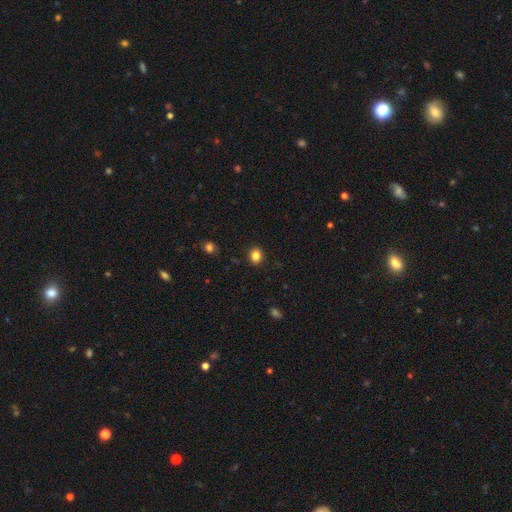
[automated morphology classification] Q: Smooth or featured?
A: smooth (85%); runner-up: star or artifact (11%)
Q: How rounded?
A: round (66%); runner-up: in between (33%)
Q: Merging?
A: none (90%); runner-up: minor disturbance (7%)